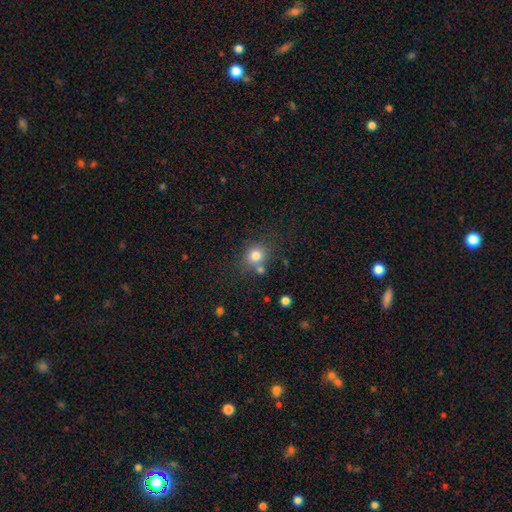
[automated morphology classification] Smooth or featured? smooth (80%)
How rounded? round (79%)
Merging? none (67%)